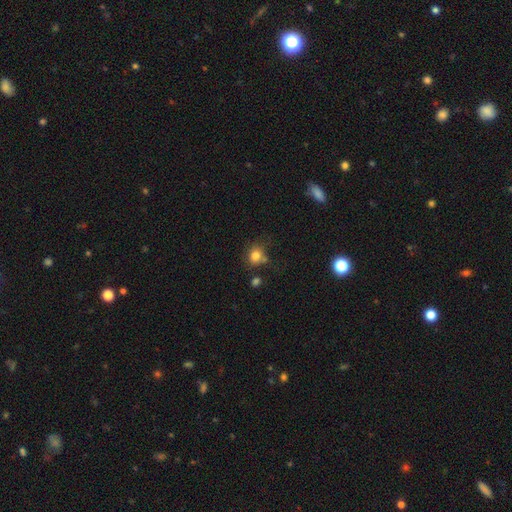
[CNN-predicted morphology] Smooth or featured?
  - smooth: 80% *
  - star or artifact: 12%
  - featured or disk: 8%
How rounded?
  - round: 75% *
  - in between: 24%
  - cigar-shaped: 1%
Merging?
  - none: 63% *
  - minor disturbance: 18%
  - merger: 12%
  - major disturbance: 6%